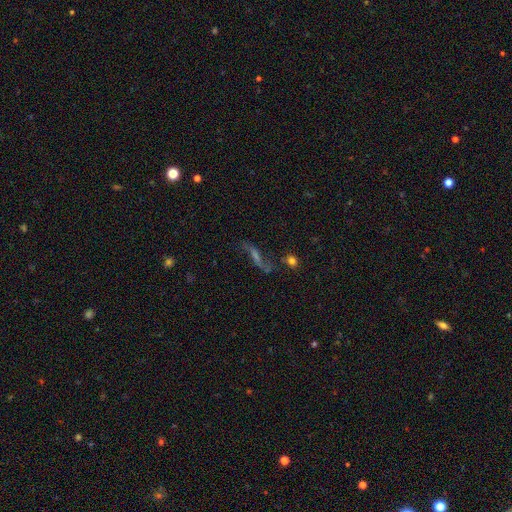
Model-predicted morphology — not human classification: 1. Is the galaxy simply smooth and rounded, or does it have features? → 63% featured or disk, 19% star or artifact, 18% smooth.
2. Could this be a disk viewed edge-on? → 72% no, 28% yes.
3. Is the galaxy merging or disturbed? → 60% none, 16% minor disturbance, 15% major disturbance, 9% merger.